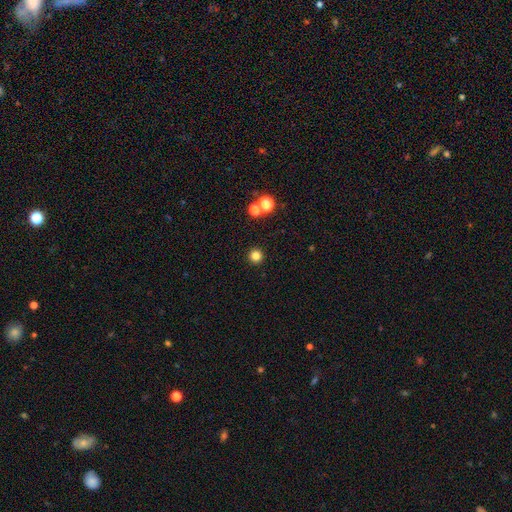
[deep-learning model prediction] A smooth galaxy with no disk features (81%) that is round (96%).

Vote fractions:
- Smooth or featured? smooth: 81% / star or artifact: 14% / featured or disk: 4%
- How rounded? round: 96% / in between: 3% / cigar-shaped: 1%
- Merging? none: 91% / minor disturbance: 4% / merger: 3% / major disturbance: 2%